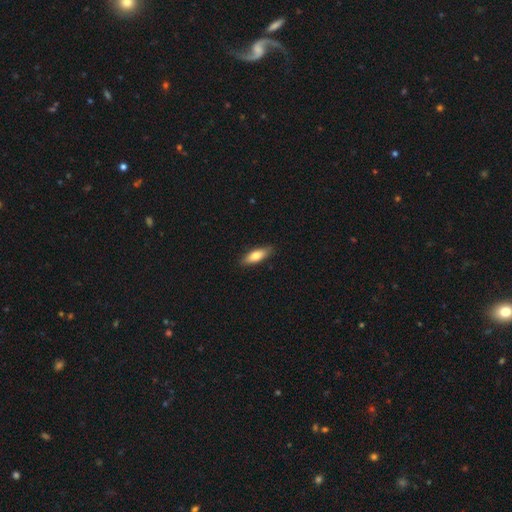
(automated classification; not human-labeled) The model was most divided on "how rounded": in between: 63%, cigar-shaped: 35%, round: 2%. More confident: merging — none (87%); smooth or featured — smooth (76%).